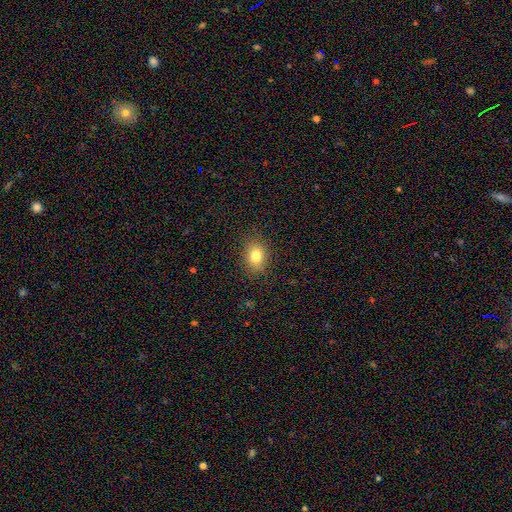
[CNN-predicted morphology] type=smooth (80%); roundness=in between (61%); merging=none (85%).